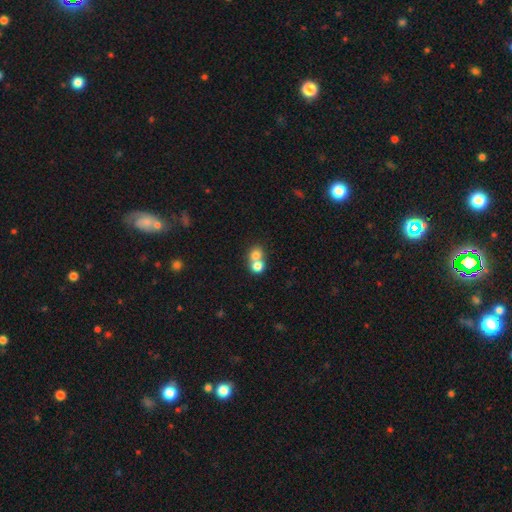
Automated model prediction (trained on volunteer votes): A smooth galaxy with no disk features (76%) that is round (75%).

Vote fractions:
- Smooth or featured? smooth: 76% / featured or disk: 13% / star or artifact: 11%
- How rounded? round: 75% / in between: 24% / cigar-shaped: 1%
- Merging? merger: 60% / none: 33% / minor disturbance: 5% / major disturbance: 3%